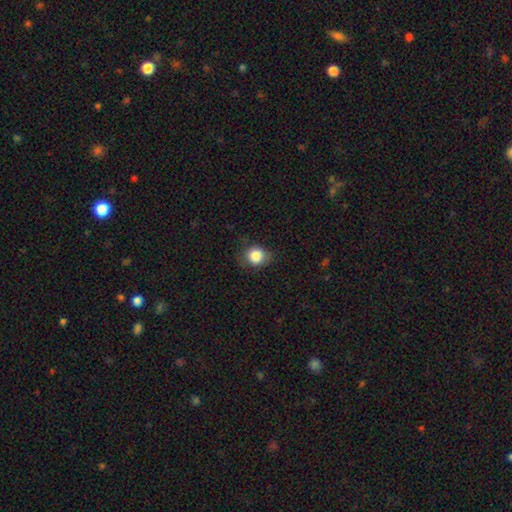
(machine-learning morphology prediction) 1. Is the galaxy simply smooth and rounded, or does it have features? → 84% smooth, 10% star or artifact, 6% featured or disk.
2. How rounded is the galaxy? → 77% round, 23% in between, 1% cigar-shaped.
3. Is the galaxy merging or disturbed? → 76% none, 18% minor disturbance, 5% major disturbance, 1% merger.